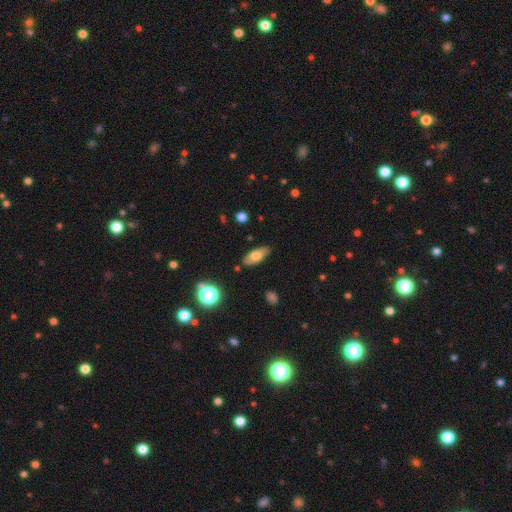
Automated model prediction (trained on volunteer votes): Q: Smooth or featured?
A: smooth (68%); runner-up: featured or disk (24%)
Q: How rounded?
A: in between (84%); runner-up: cigar-shaped (13%)
Q: Merging?
A: none (85%); runner-up: minor disturbance (11%)